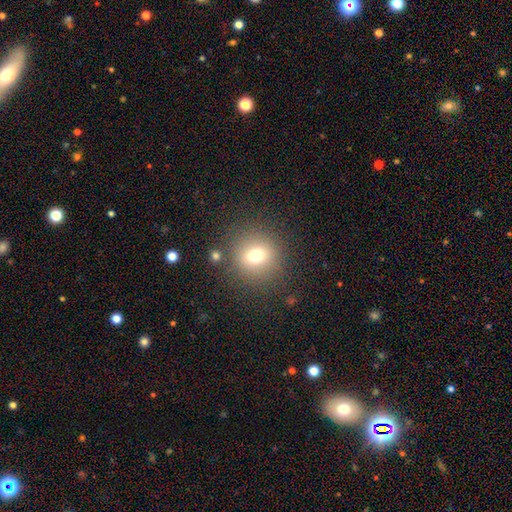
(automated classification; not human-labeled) This appears to be a smooth galaxy with no disk features (73%) that is round (87%). Merging: none (83%).